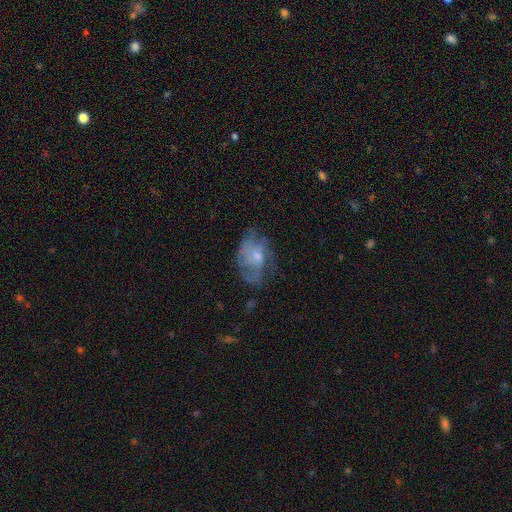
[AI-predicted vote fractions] Q: Smooth or featured?
A: featured or disk (65%); runner-up: smooth (25%)
Q: Edge-on disk?
A: no (96%); runner-up: yes (4%)
Q: Bar?
A: no (73%); runner-up: weak (24%)
Q: Spiral arms?
A: yes (78%); runner-up: no (22%)
Q: Bulge size?
A: small (48%); runner-up: moderate (43%)
Q: Merging?
A: none (56%); runner-up: minor disturbance (25%)